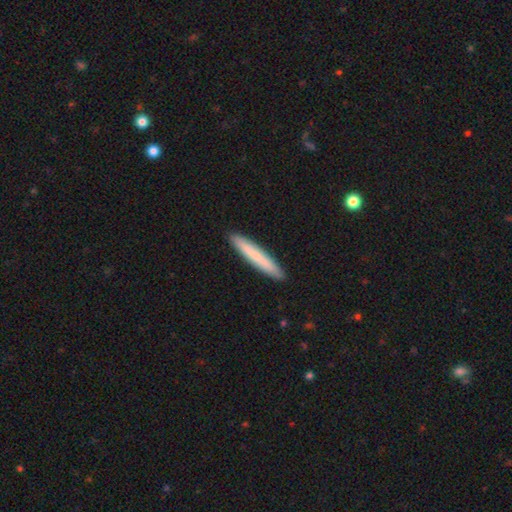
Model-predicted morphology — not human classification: A smooth galaxy with no disk features (76%) that is cigar-shaped (95%). Merging: none (92%).